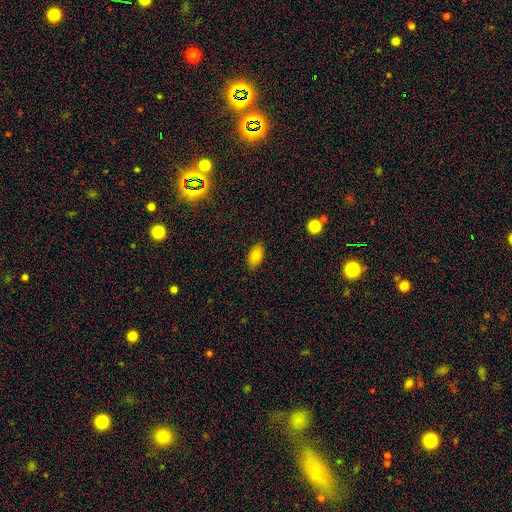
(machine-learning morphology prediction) smooth 80%, featured or disk 11%, star or artifact 9%. Down the decision tree: how rounded — in between (91%); merging — none (86%).